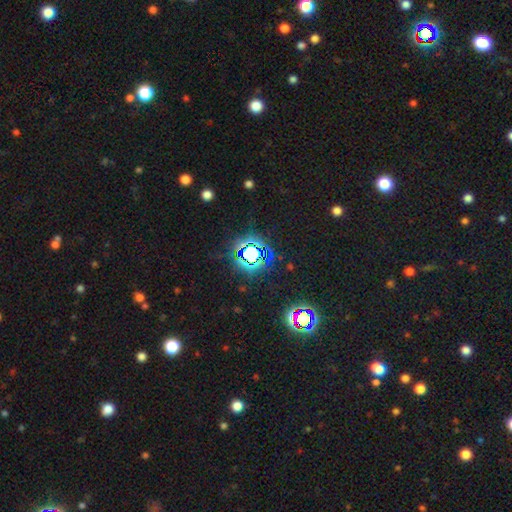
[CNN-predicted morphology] This is likely a star or artifact rather than a galaxy (76%).